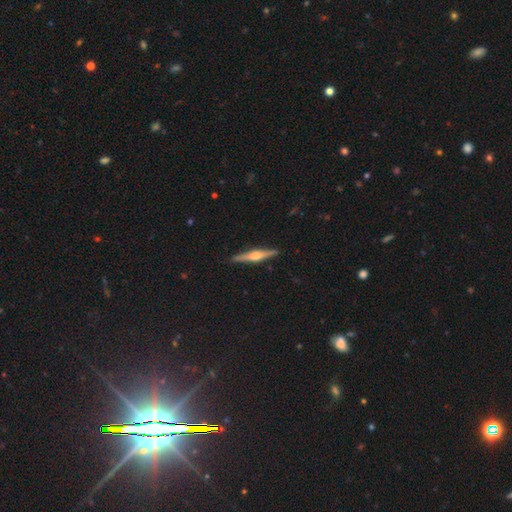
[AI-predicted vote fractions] Smooth or featured? featured or disk (73%)
Edge-on disk? yes (98%)
Edge-on bulge? rounded (86%)
Merging? none (91%)